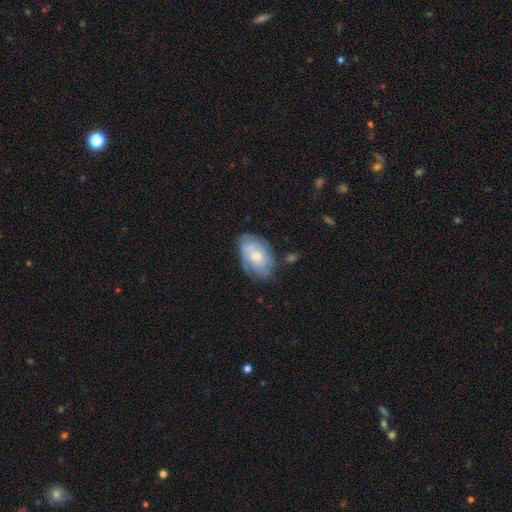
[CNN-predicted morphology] Smooth or featured? Predicted: featured or disk (p=0.53). Edge-on disk? Predicted: no (p=0.95). Bar? Predicted: no (p=0.78). Spiral arms? Predicted: yes (p=0.69). Bulge size? Predicted: moderate (p=0.47). Merging? Predicted: none (p=0.62).